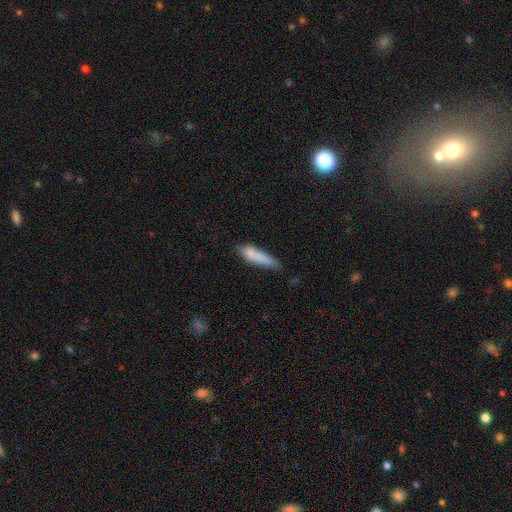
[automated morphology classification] A smooth galaxy with no disk features (81%) that is cigar-shaped (77%). Merging: none (55%).